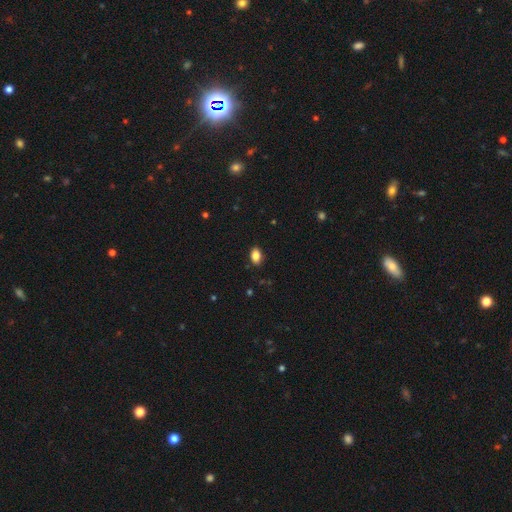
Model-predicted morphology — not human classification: type=smooth (85%); roundness=in between (87%); merging=none (87%).